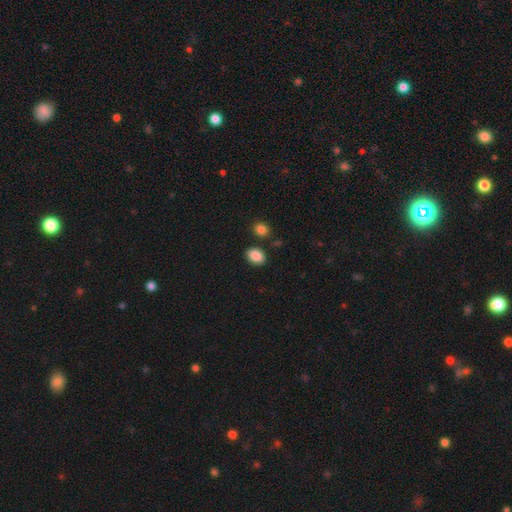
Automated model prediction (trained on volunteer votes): This appears to be a smooth galaxy with no disk features (88%) that is in between round and cigar-shaped (74%). Merging: none (83%).